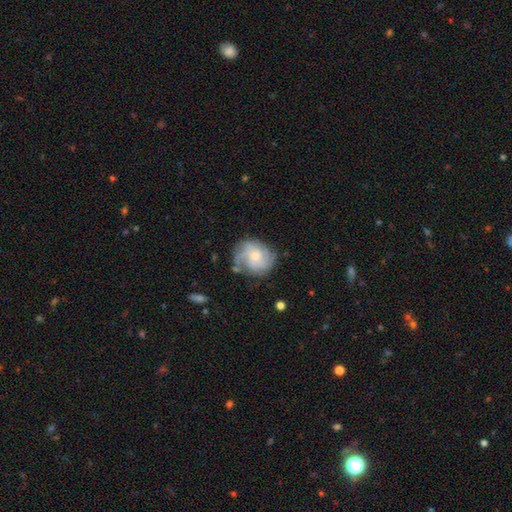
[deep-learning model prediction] This appears to be a featured or disk galaxy (68%) with no bar (73%), tight (43%) spiral arms (90%) and a small central bulge (56%). Merging: none (67%).